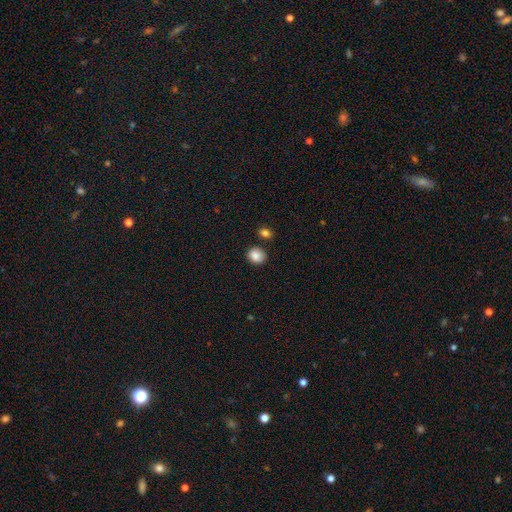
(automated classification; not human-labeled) This appears to be a smooth galaxy with no disk features (87%) that is round (70%). Merging: none (82%).